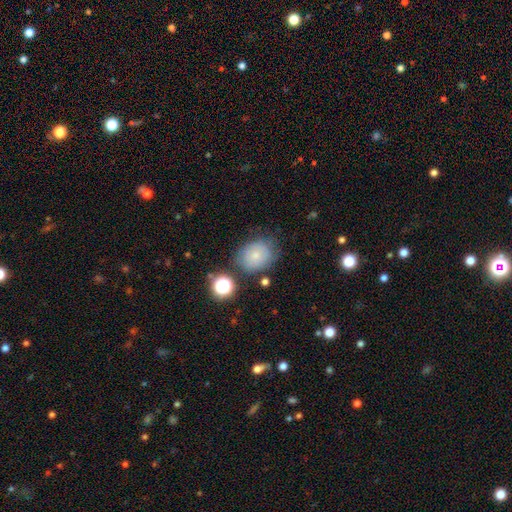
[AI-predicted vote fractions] This is likely a smooth galaxy (71%). How rounded: possibly round (55%). Merging: likely none (68%).